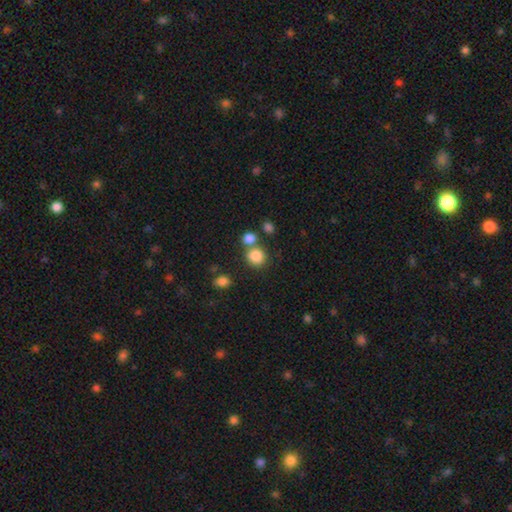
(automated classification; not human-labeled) Q: Smooth or featured?
A: smooth (84%); runner-up: star or artifact (11%)
Q: How rounded?
A: round (84%); runner-up: in between (15%)
Q: Merging?
A: none (63%); runner-up: merger (24%)